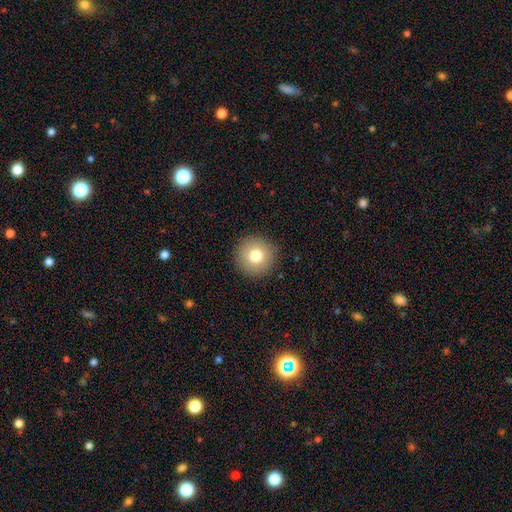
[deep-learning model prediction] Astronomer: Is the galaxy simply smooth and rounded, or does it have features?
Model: smooth — 77%.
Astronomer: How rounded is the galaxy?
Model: round — 96%.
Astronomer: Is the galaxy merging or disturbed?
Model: none — 91%.